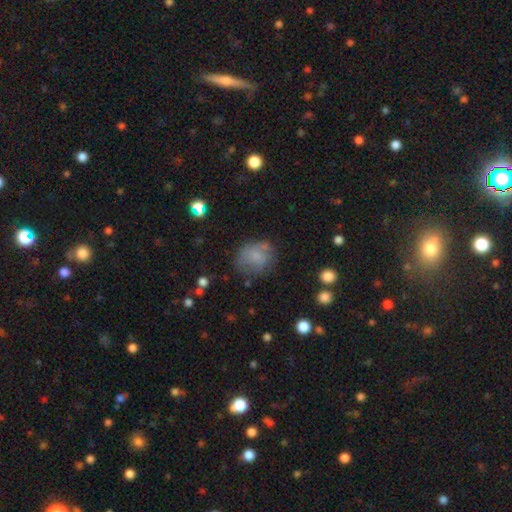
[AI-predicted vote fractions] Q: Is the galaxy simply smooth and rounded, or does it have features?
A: smooth — 66%.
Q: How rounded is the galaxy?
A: round — 65%.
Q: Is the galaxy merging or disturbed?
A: none — 56%.